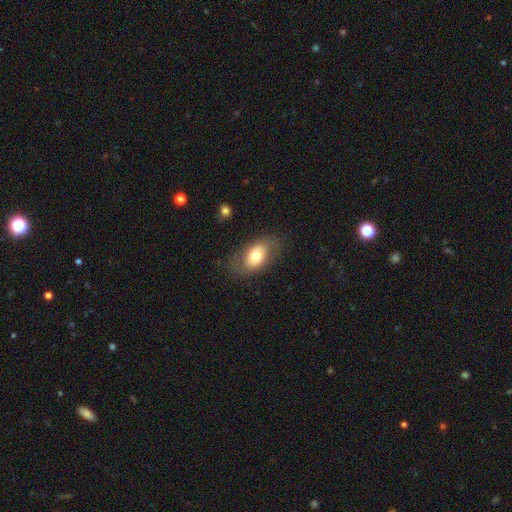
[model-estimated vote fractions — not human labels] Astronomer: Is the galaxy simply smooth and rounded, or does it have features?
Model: smooth — 67%.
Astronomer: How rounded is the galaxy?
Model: in between — 89%.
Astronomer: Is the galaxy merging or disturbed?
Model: none — 75%.